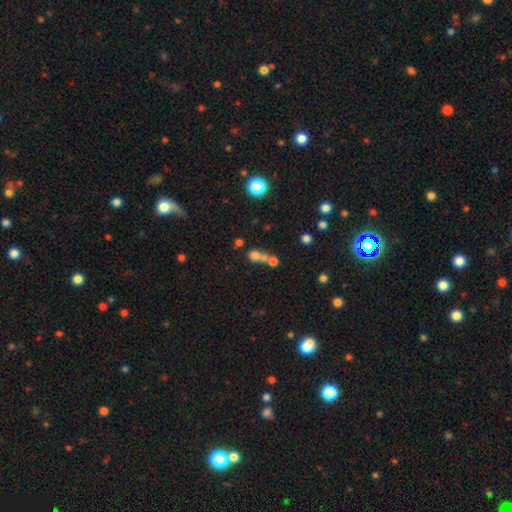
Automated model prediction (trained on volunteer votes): Q: Smooth or featured?
A: smooth (67%); runner-up: star or artifact (19%)
Q: How rounded?
A: round (75%); runner-up: in between (23%)
Q: Merging?
A: merger (53%); runner-up: none (35%)